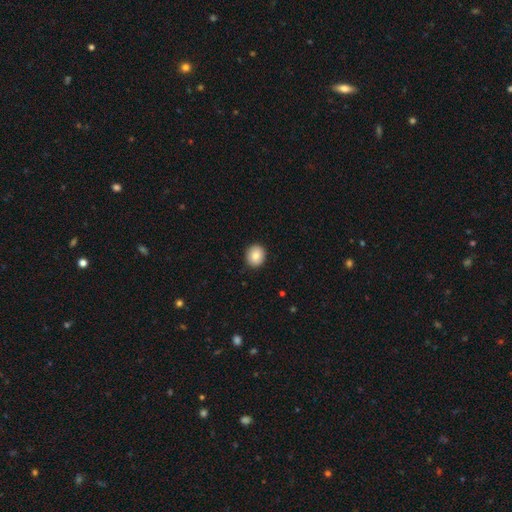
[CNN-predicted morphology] smooth 84%, star or artifact 8%, featured or disk 8%. Down the decision tree: how rounded — round (82%); merging — none (90%).